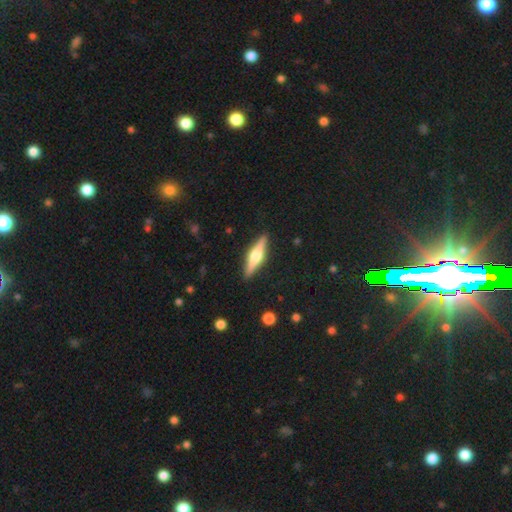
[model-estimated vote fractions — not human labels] A featured or disk galaxy (68%) viewed edge-on (97%) with a rounded central bulge (91%).

Vote fractions:
- Smooth or featured? featured or disk: 68% / smooth: 26% / star or artifact: 6%
- Edge-on disk? yes: 97% / no: 3%
- Edge-on bulge? rounded: 91% / boxy: 7% / none: 3%
- Merging? none: 90% / minor disturbance: 7% / major disturbance: 2% / merger: 1%